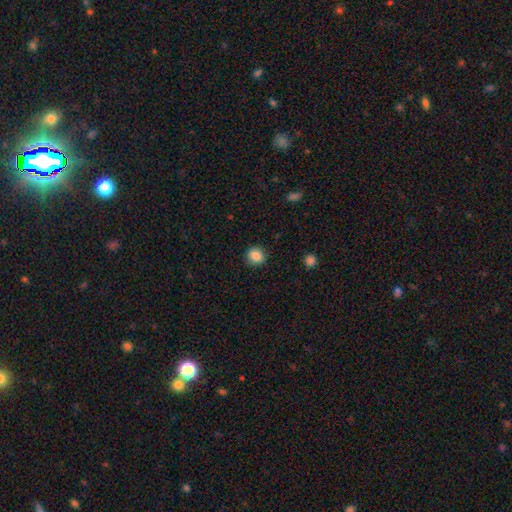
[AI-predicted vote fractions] smooth_or_featured: smooth (p=0.87) [alt: star or artifact p=0.10]
how_rounded: round (p=0.82) [alt: in between p=0.17]
merging: none (p=0.90) [alt: minor disturbance p=0.07]